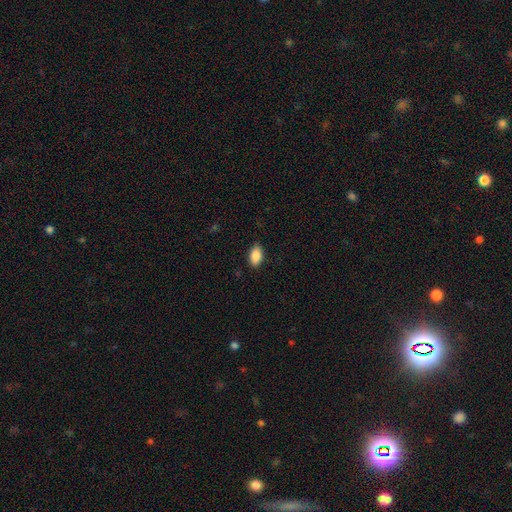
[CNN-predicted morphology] Smooth or featured?
  - smooth: 89% *
  - star or artifact: 7%
  - featured or disk: 4%
How rounded?
  - in between: 92% *
  - round: 5%
  - cigar-shaped: 3%
Merging?
  - none: 86% *
  - minor disturbance: 11%
  - major disturbance: 2%
  - merger: 1%